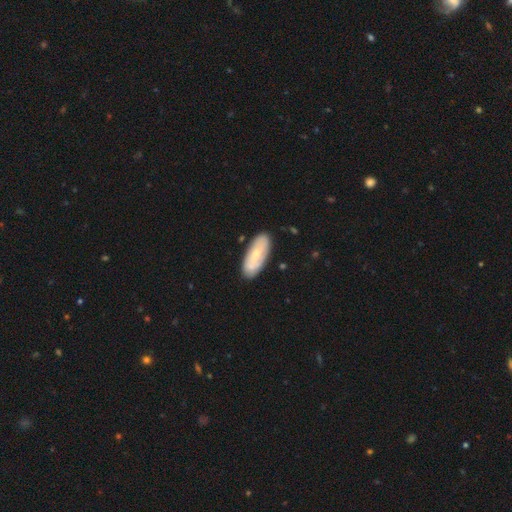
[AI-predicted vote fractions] Morphology: type=smooth (54%); roundness=in between (80%); merging=none (83%).